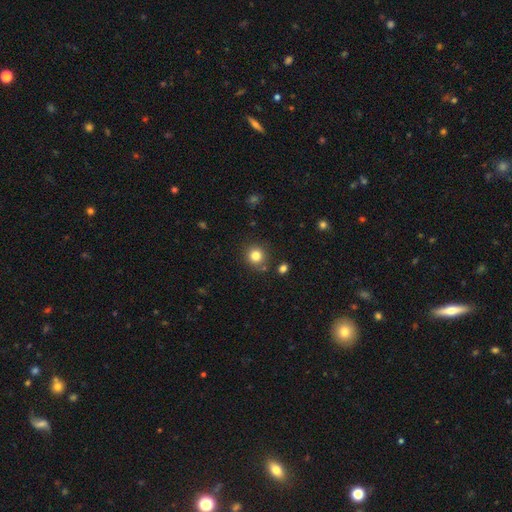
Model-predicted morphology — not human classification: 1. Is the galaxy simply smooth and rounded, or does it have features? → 82% smooth, 12% star or artifact, 6% featured or disk.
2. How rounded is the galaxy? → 91% round, 8% in between, 1% cigar-shaped.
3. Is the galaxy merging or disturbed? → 84% none, 8% minor disturbance, 5% merger, 3% major disturbance.